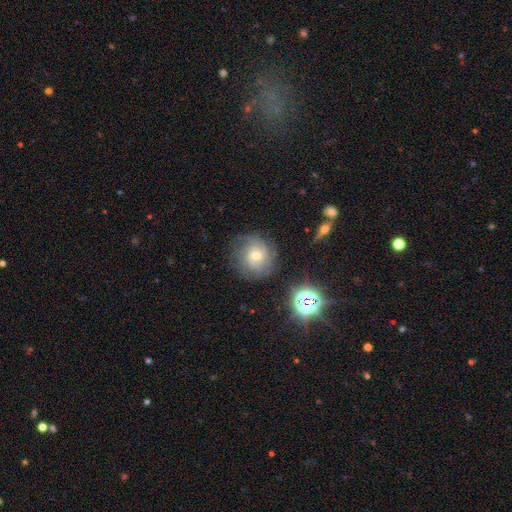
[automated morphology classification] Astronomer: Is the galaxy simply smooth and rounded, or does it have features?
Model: featured or disk — 66%.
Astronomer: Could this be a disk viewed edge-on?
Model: no — 97%.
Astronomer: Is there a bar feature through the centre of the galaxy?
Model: no — 70%.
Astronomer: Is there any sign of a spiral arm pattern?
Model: yes — 93%.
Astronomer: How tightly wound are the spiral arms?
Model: tight — 62%.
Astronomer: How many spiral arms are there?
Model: can't tell — 40% (runner-up: 3, 21%).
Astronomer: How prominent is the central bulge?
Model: small — 50% (runner-up: moderate, 45%).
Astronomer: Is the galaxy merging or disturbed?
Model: none — 78%.